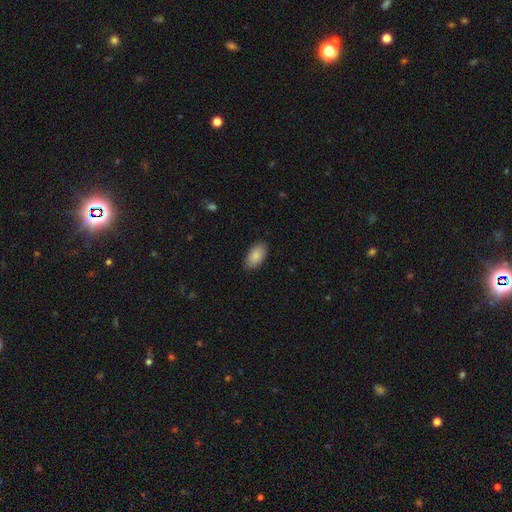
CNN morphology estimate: A smooth galaxy with no disk features (87%) that is in between round and cigar-shaped (95%).

Vote fractions:
- Smooth or featured? smooth: 87% / star or artifact: 6% / featured or disk: 6%
- How rounded? in between: 95% / round: 3% / cigar-shaped: 2%
- Merging? none: 87% / minor disturbance: 10% / major disturbance: 2% / merger: 1%